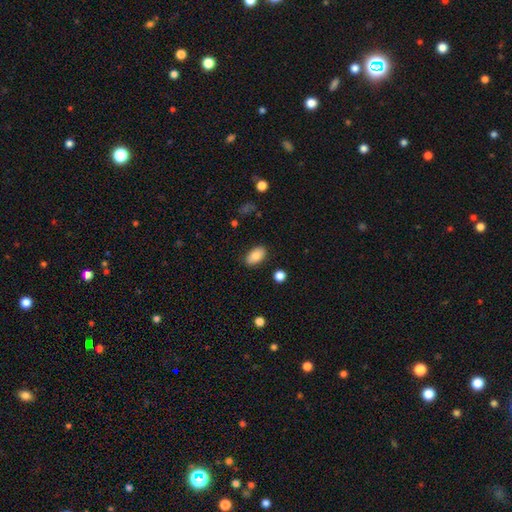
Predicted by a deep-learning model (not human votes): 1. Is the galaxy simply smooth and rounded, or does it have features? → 84% smooth, 8% featured or disk, 7% star or artifact.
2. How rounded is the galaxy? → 92% in between, 6% round, 2% cigar-shaped.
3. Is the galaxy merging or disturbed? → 85% none, 11% minor disturbance, 3% major disturbance, 2% merger.